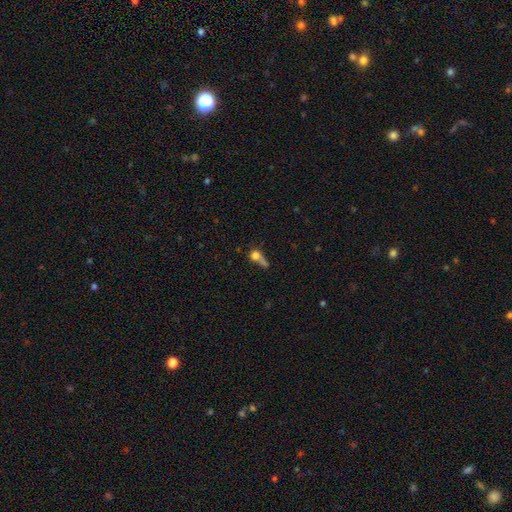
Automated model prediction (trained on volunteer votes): smooth-or-featured: smooth: 68% | featured or disk: 18% | star or artifact: 14%
  how-rounded: round: 63% | in between: 28% | cigar-shaped: 9%
  merging: merger: 35% | none: 29% | major disturbance: 21% | minor disturbance: 15%